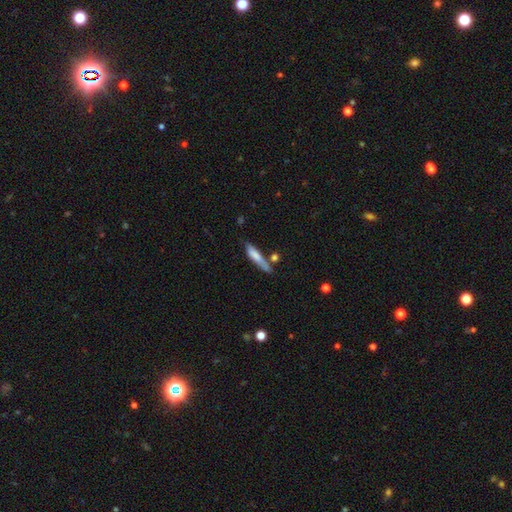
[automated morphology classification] Smooth or featured? smooth (70%)
How rounded? cigar-shaped (81%)
Merging? none (55%)